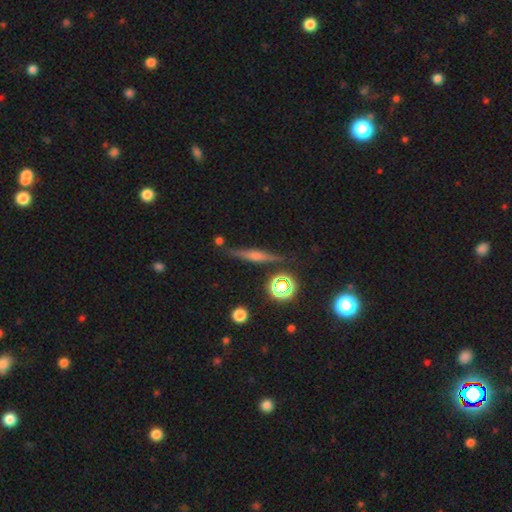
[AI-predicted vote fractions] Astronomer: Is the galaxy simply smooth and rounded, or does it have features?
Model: featured or disk — 61%.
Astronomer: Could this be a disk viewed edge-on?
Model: yes — 96%.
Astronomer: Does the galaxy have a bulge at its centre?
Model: rounded — 73%.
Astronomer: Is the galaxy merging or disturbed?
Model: none — 86%.